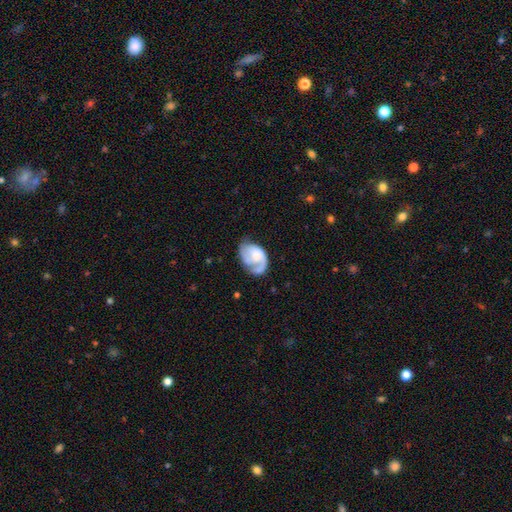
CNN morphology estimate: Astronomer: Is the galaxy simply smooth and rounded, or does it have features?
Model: featured or disk — 69%.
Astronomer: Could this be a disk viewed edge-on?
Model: no — 97%.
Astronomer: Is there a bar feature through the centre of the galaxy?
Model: no — 71%.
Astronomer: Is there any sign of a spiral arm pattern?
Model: yes — 90%.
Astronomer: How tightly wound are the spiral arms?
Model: medium — 40% (runner-up: tight, 37%).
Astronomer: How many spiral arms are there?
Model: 1 — 49% (runner-up: 2, 36%).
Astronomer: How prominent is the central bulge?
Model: moderate — 27% (runner-up: small, 26%).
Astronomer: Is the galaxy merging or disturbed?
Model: none — 46% (runner-up: minor disturbance, 27%).